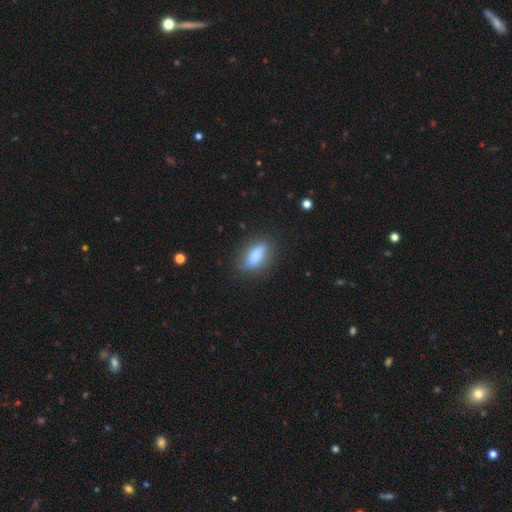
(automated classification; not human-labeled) Smooth or featured? smooth (80%)
How rounded? in between (71%)
Merging? none (78%)